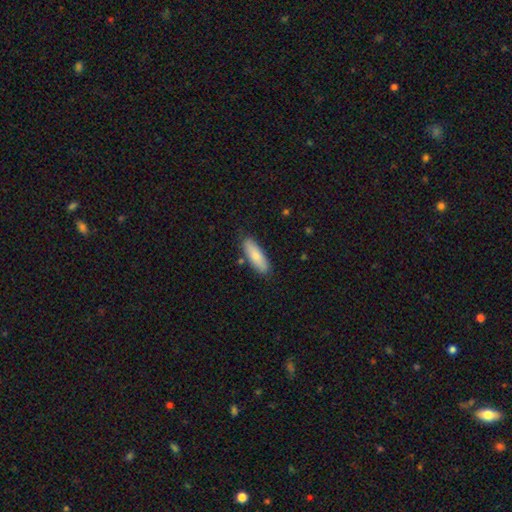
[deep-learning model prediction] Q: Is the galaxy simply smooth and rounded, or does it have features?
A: smooth — 76%.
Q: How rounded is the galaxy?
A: in between — 56%.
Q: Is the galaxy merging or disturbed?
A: none — 84%.